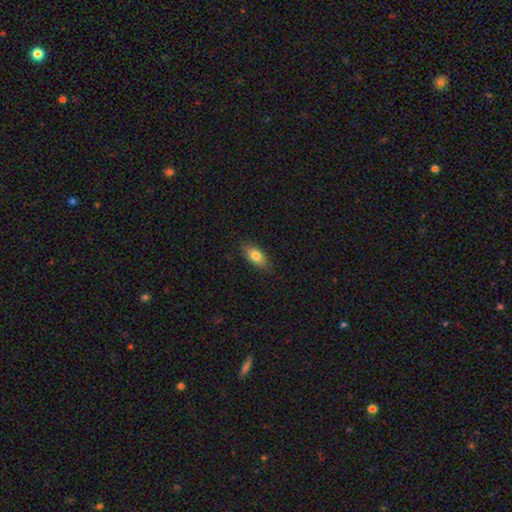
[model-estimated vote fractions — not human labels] smooth_or_featured: smooth (p=0.79) [alt: featured or disk p=0.13]
how_rounded: in between (p=0.85) [alt: cigar-shaped p=0.11]
merging: none (p=0.85) [alt: minor disturbance p=0.12]